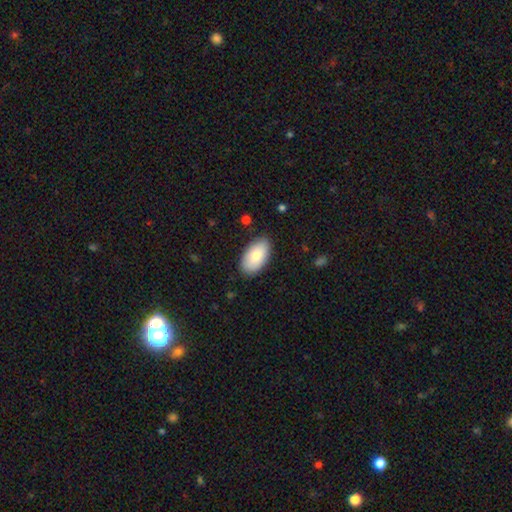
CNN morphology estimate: Smooth or featured?
  - smooth: 80% *
  - featured or disk: 14%
  - star or artifact: 6%
How rounded?
  - in between: 95% *
  - round: 3%
  - cigar-shaped: 2%
Merging?
  - none: 85% *
  - minor disturbance: 12%
  - major disturbance: 2%
  - merger: 1%